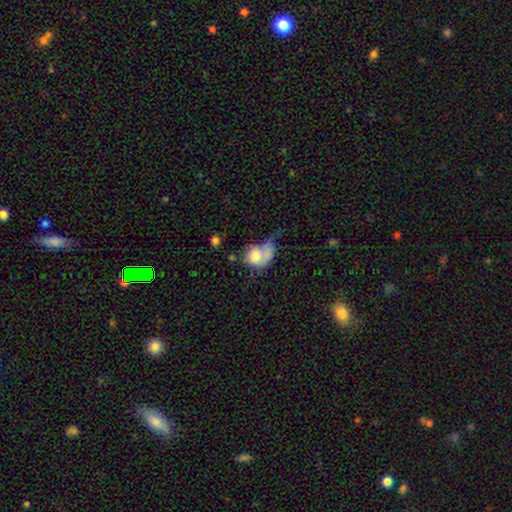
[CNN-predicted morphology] Smooth or featured: smooth — 67% (featured or disk — 25%)
How rounded: round — 49% (tied with in between — 49%)
Merging: merger — 38% (major disturbance — 29%)